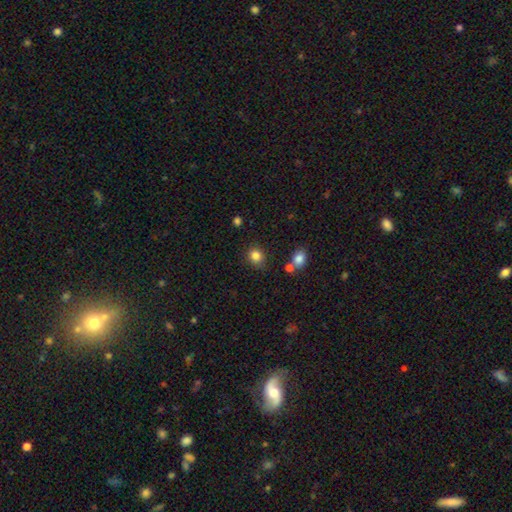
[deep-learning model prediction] The model was most divided on "how rounded": round: 76%, in between: 24%, cigar-shaped: 1%. More confident: smooth or featured — smooth (84%); merging — none (80%).